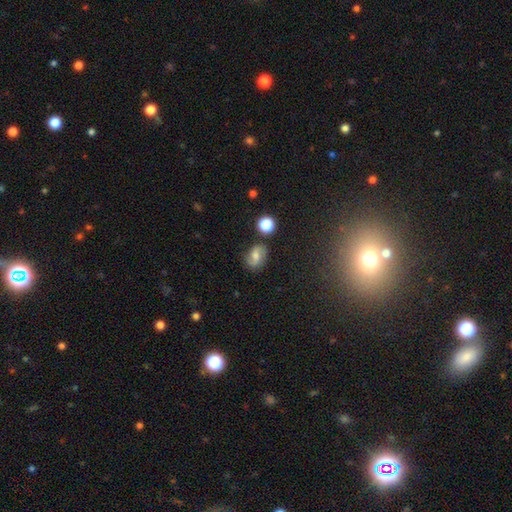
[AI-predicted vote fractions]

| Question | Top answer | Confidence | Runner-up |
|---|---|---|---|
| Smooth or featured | smooth | 46% | featured or disk (42%) |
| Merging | none | 76% | minor disturbance (16%) |